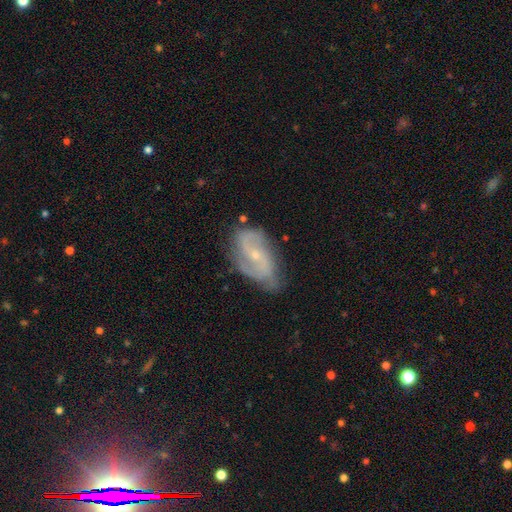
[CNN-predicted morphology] Smooth or featured: featured or disk — 82% (smooth — 11%)
Edge-on disk: no — 96% (yes — 4%)
Bar: no — 49% (weak — 39%)
Spiral arms: yes — 94% (no — 6%)
Spiral winding: medium — 46% (loose — 29%)
Spiral arm count: 2 — 72% (can't tell — 12%)
Bulge size: small — 73% (moderate — 23%)
Merging: none — 65% (minor disturbance — 25%)